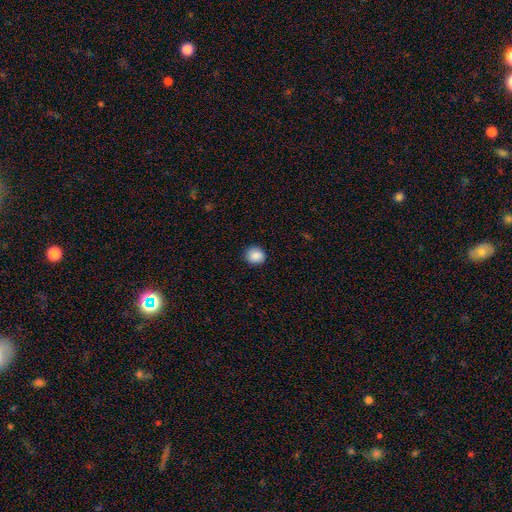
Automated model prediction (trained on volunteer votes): Morphology: type=smooth (88%); roundness=round (80%); merging=none (89%).